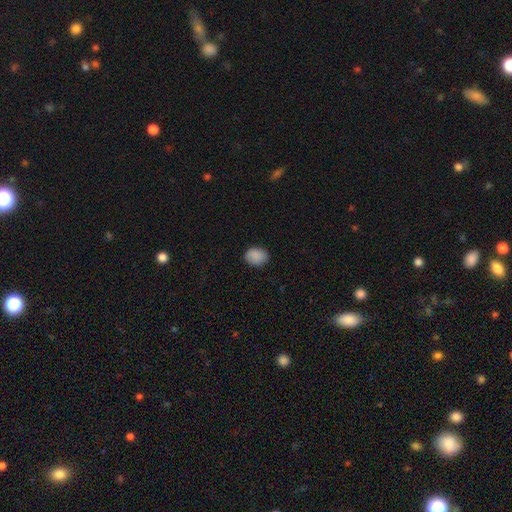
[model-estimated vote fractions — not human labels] Overall: smooth (88%). How rounded: in between (57%; round 42%). Merging: none (85%).